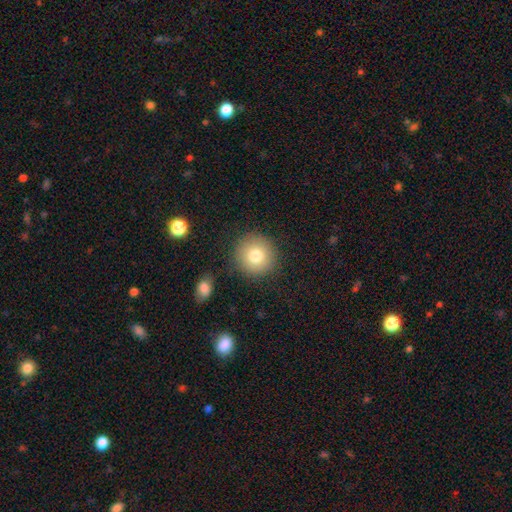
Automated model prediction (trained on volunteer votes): The model was most divided on "smooth or featured": smooth: 79%, featured or disk: 11%, star or artifact: 10%. More confident: how rounded — round (94%); merging — none (87%).